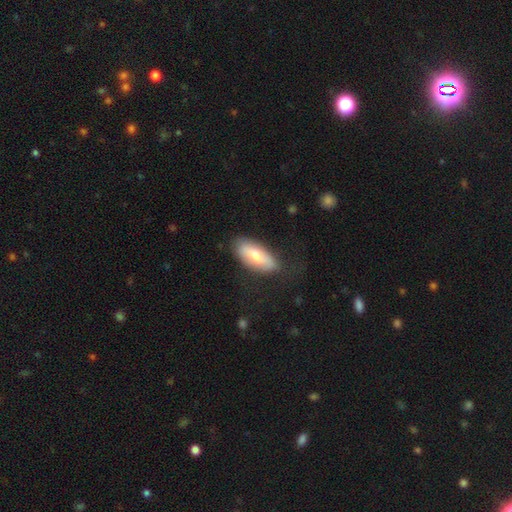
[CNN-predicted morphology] The model was most divided on "smooth or featured": smooth: 66%, featured or disk: 28%, star or artifact: 6%. More confident: how rounded — in between (85%); merging — none (74%).